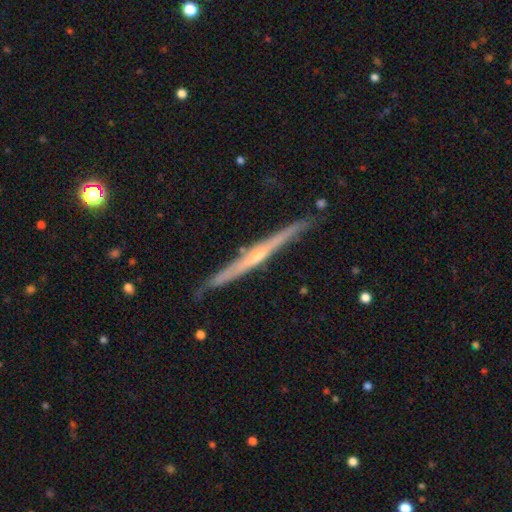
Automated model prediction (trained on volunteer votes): Smooth or featured? featured or disk (82%)
Edge-on disk? yes (98%)
Edge-on bulge? rounded (69%)
Merging? none (87%)